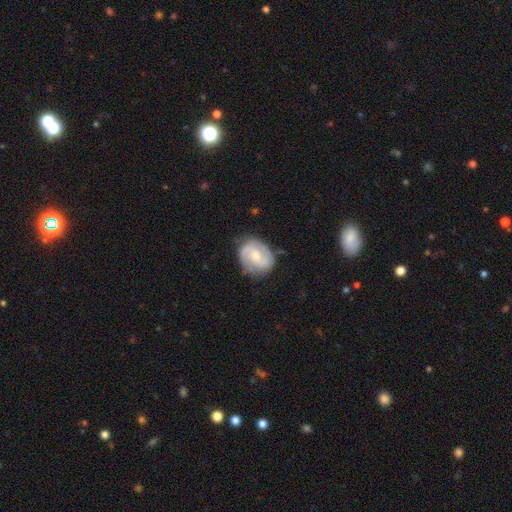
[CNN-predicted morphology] Smooth or featured: featured or disk — 76% (smooth — 19%)
Edge-on disk: no — 98% (yes — 2%)
Bar: no — 52% (weak — 40%)
Spiral arms: yes — 92% (no — 8%)
Spiral winding: medium — 44% (tight — 42%)
Spiral arm count: 2 — 82% (can't tell — 10%)
Bulge size: moderate — 60% (small — 35%)
Merging: none — 75% (minor disturbance — 18%)